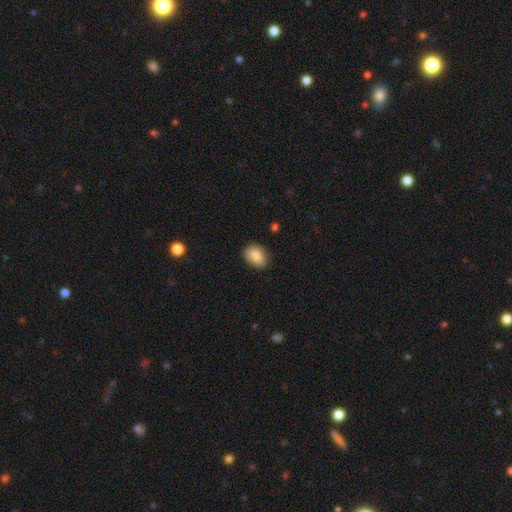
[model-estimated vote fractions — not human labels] smooth 83%, featured or disk 9%, star or artifact 8%. Down the decision tree: how rounded — in between (75%); merging — none (81%).